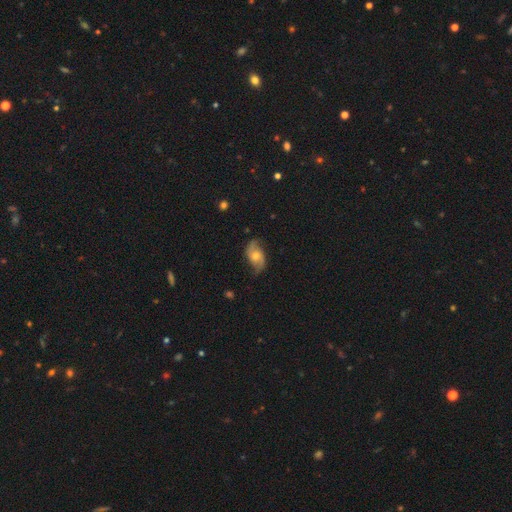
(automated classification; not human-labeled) featured or disk 76%, smooth 18%, star or artifact 6%. Down the decision tree: edge-on disk — no (96%); bar — no (65%); spiral arms — yes (93%); spiral arm count — 2 (91%); spiral winding — loose (57%); bulge size — moderate (60%); merging — none (74%).